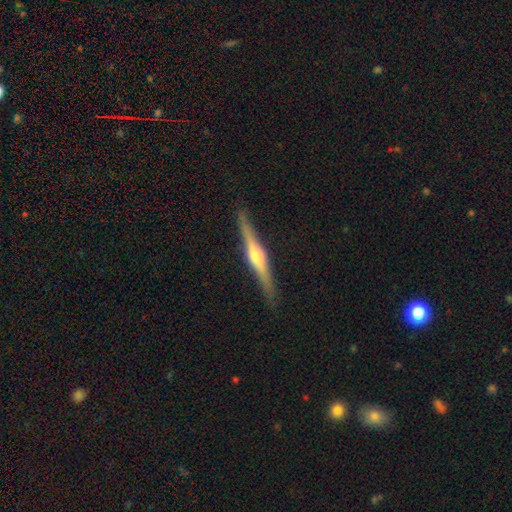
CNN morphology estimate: smooth-or-featured: featured or disk: 79% | smooth: 16% | star or artifact: 5%
  disk-edge-on: yes: 98% | no: 2%
    edge-on-bulge: rounded: 85% | boxy: 10% | none: 5%
  merging: none: 90% | minor disturbance: 7% | major disturbance: 2% | merger: 1%